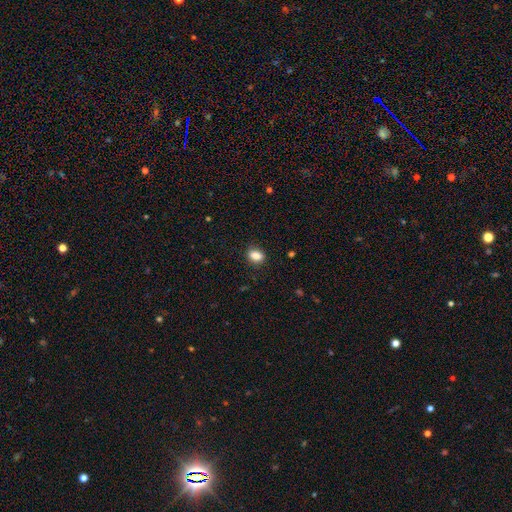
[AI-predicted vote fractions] Smooth or featured: smooth — 86% (star or artifact — 9%)
How rounded: in between — 72% (round — 26%)
Merging: none — 84% (minor disturbance — 12%)